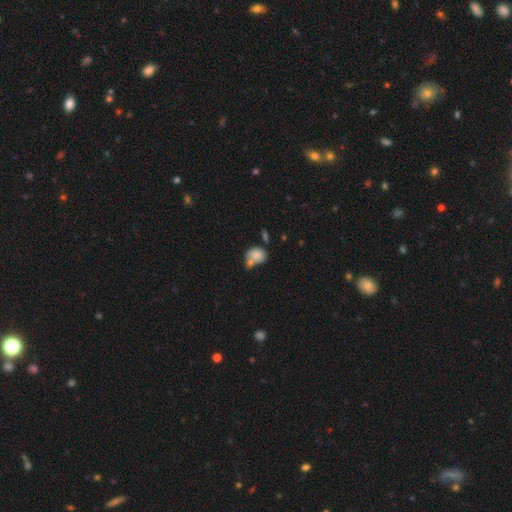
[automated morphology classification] A smooth galaxy with no disk features (81%) that is in between round and cigar-shaped (52%). Merging: merger (41%).